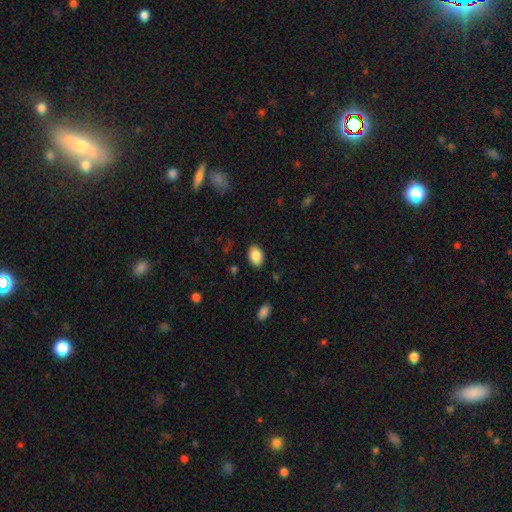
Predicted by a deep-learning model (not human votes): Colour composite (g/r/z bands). It shows a smooth galaxy with no disk features (87%) that is in between round and cigar-shaped (83%). Merging: none (87%).